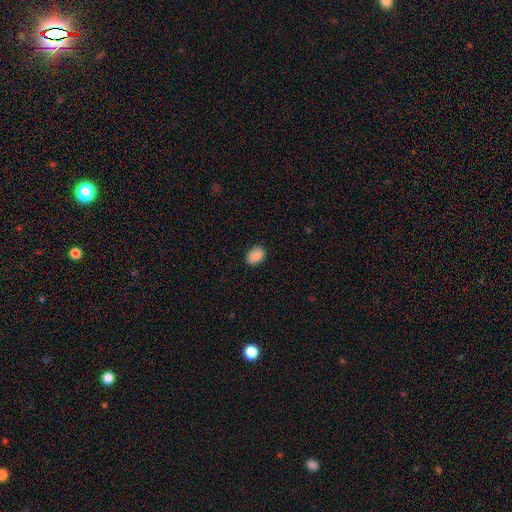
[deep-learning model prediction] Smooth or featured? smooth (89%)
How rounded? in between (75%)
Merging? none (87%)